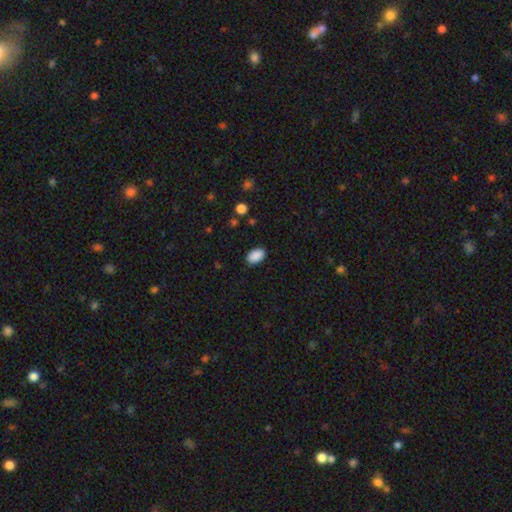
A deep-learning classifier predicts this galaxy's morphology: A smooth galaxy with no disk features (89%) that is in between round and cigar-shaped (90%).

Vote fractions:
- Smooth or featured? smooth: 89% / star or artifact: 8% / featured or disk: 3%
- How rounded? in between: 90% / round: 9% / cigar-shaped: 1%
- Merging? none: 86% / minor disturbance: 10% / major disturbance: 2% / merger: 1%